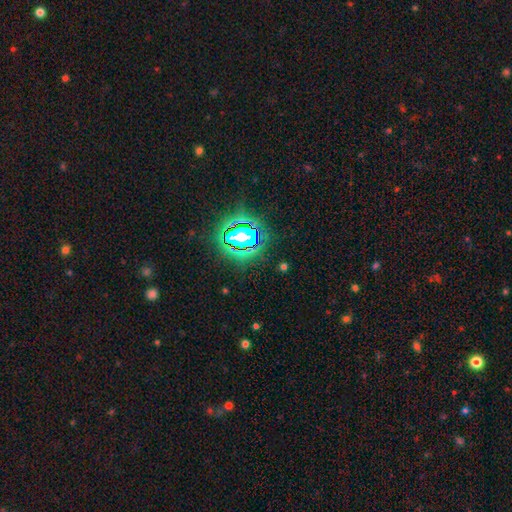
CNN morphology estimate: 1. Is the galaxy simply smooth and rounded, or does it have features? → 82% star or artifact, 11% smooth, 7% featured or disk.